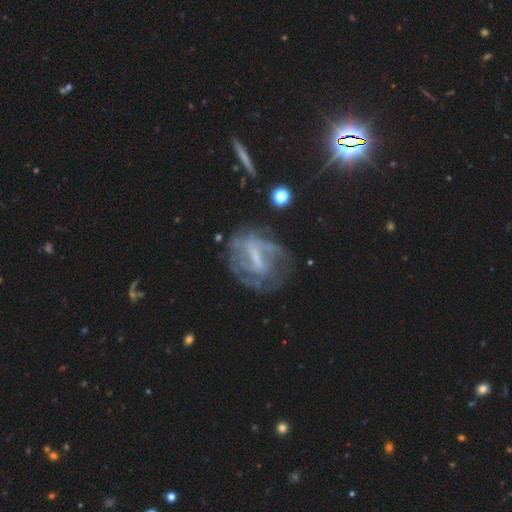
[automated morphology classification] type=featured or disk (71%); edge-on=no (94%); bar=weak (41%); spiral arms=yes (65%); bulge=none (40%); merging=none (52%).